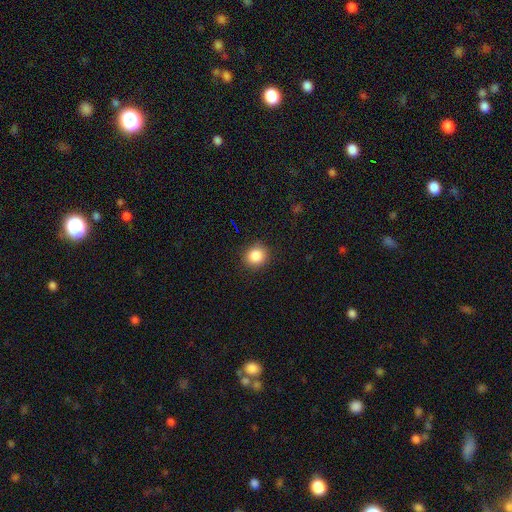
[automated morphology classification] Overall: smooth (86%). How rounded: round (86%). Merging: none (89%).